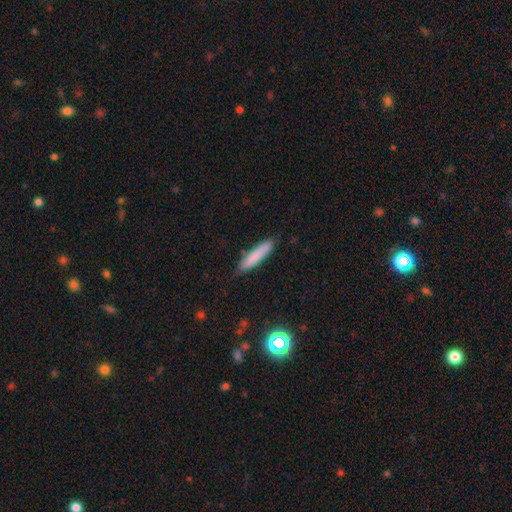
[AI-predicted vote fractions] Smooth or featured: smooth — 81% (featured or disk — 11%)
How rounded: cigar-shaped — 87% (in between — 12%)
Merging: none — 85% (minor disturbance — 12%)